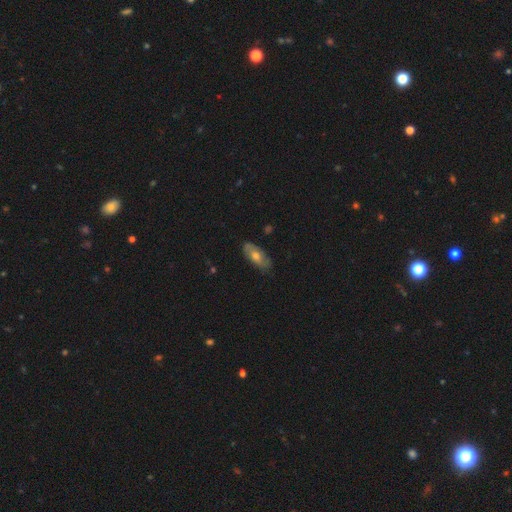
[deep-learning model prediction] Smooth or featured? Predicted: smooth (p=0.46, tied with featured or disk). Merging? Predicted: none (p=0.82).